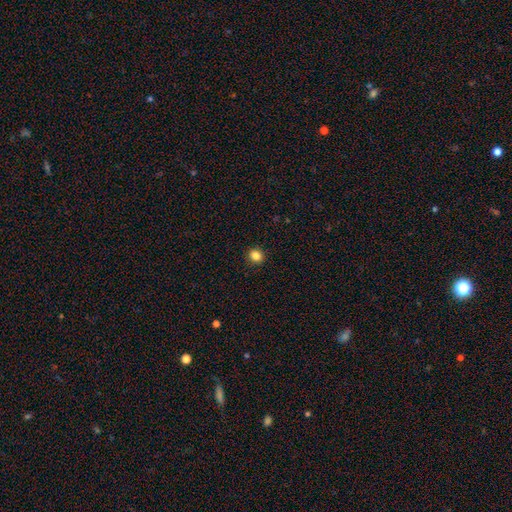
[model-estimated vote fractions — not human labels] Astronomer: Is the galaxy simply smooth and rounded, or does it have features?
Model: smooth — 85%.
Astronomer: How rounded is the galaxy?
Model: round — 80%.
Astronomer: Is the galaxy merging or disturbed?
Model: none — 92%.